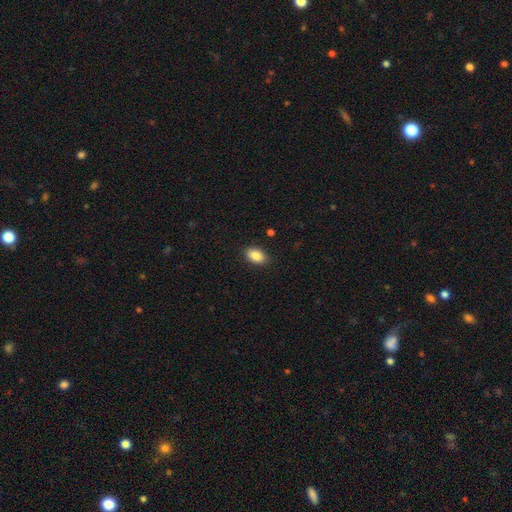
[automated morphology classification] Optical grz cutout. It shows a smooth galaxy with no disk features (87%) that is in between round and cigar-shaped (90%). Merging: none (88%).